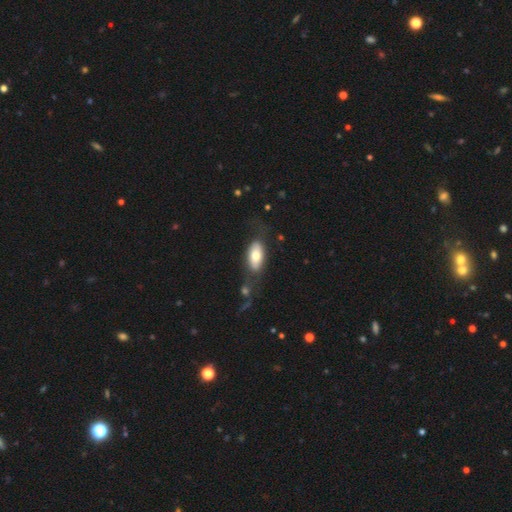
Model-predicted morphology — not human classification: Overall: smooth (69%). How rounded: in between (89%). Merging: none (57%; minor disturbance 19%).